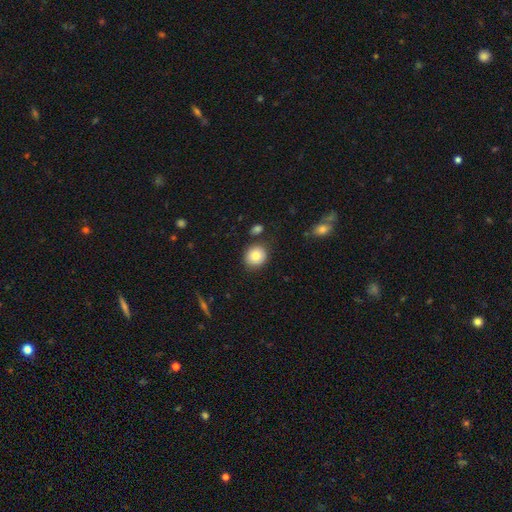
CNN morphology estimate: This is clearly a smooth galaxy (83%). How rounded: clearly round (83%). Merging: clearly none (83%).